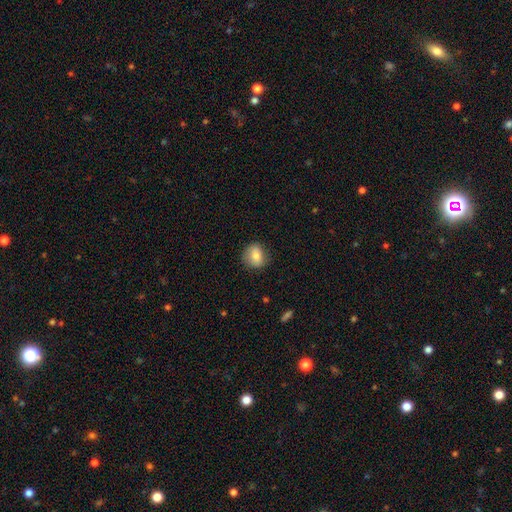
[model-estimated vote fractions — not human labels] A smooth galaxy with no disk features (79%) that is round (67%).

Vote fractions:
- Smooth or featured? smooth: 79% / featured or disk: 12% / star or artifact: 8%
- How rounded? round: 67% / in between: 32% / cigar-shaped: 1%
- Merging? none: 80% / minor disturbance: 15% / major disturbance: 4% / merger: 1%